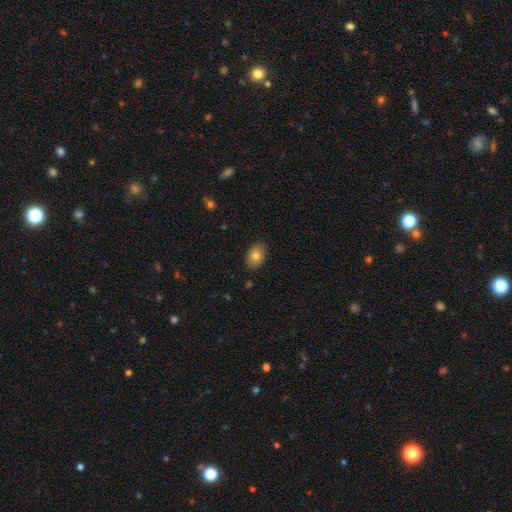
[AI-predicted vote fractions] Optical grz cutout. It shows a smooth galaxy with no disk features (80%) that is in between round and cigar-shaped (80%). Merging: none (87%).